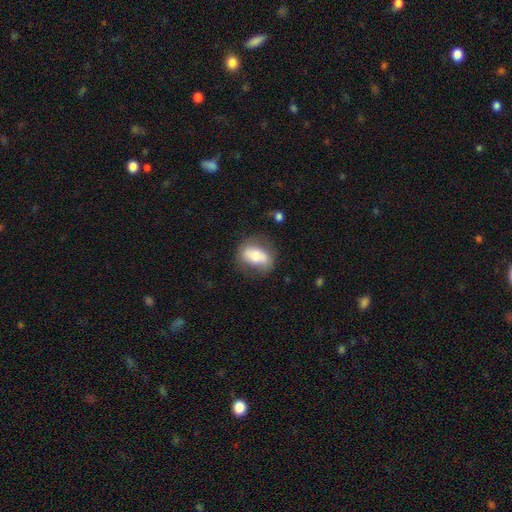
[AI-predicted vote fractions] The model was most divided on "smooth or featured": smooth: 63%, featured or disk: 30%, star or artifact: 7%. More confident: how rounded — in between (79%); merging — none (67%).